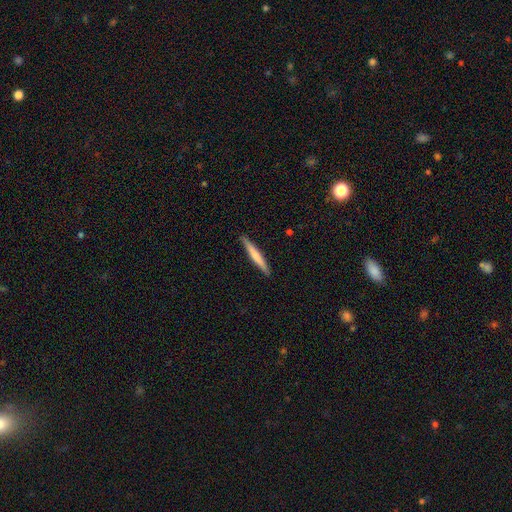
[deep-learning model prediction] Smooth or featured?
  - smooth: 58% *
  - featured or disk: 37%
  - star or artifact: 5%
How rounded?
  - cigar-shaped: 96% *
  - in between: 3%
  - round: 1%
Merging?
  - none: 91% *
  - minor disturbance: 7%
  - major disturbance: 1%
  - merger: 1%